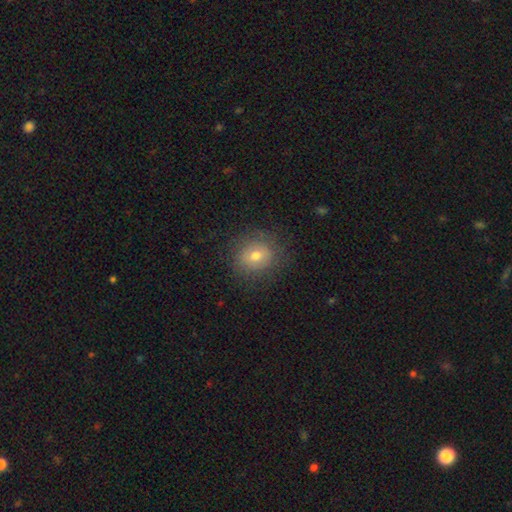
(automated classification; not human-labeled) smooth_or_featured: smooth (p=0.68) [alt: featured or disk p=0.20]
how_rounded: round (p=0.79) [alt: in between p=0.21]
merging: none (p=0.82) [alt: minor disturbance p=0.12]